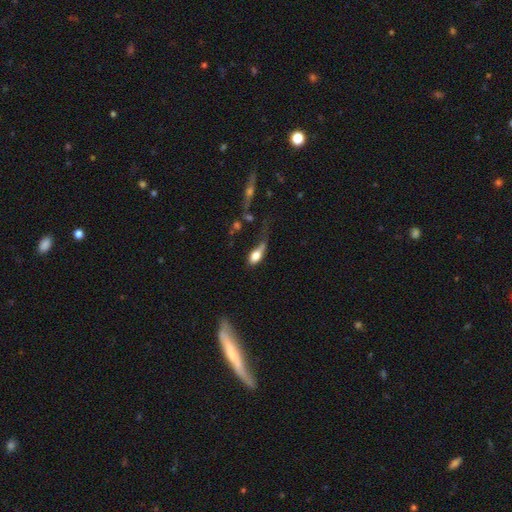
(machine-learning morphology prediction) Q: Smooth or featured?
A: smooth (70%); runner-up: featured or disk (22%)
Q: How rounded?
A: in between (80%); runner-up: cigar-shaped (10%)
Q: Merging?
A: major disturbance (42%); runner-up: minor disturbance (24%)